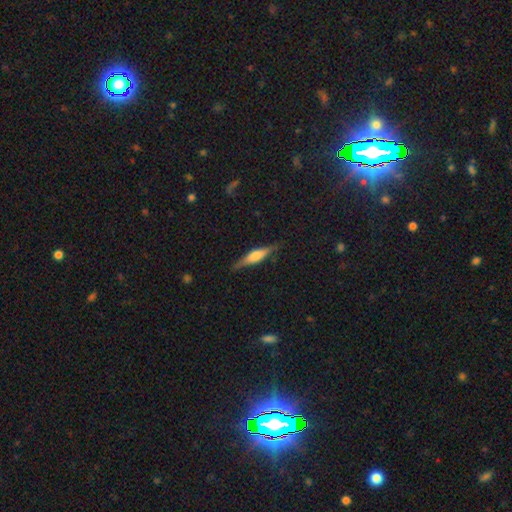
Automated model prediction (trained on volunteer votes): smooth_or_featured: featured or disk (p=0.62) [alt: smooth p=0.31]
disk_edge_on: yes (p=0.96) [alt: no p=0.04]
edge_on_bulge: rounded (p=0.64) [alt: boxy p=0.29]
merging: none (p=0.86) [alt: minor disturbance p=0.10]